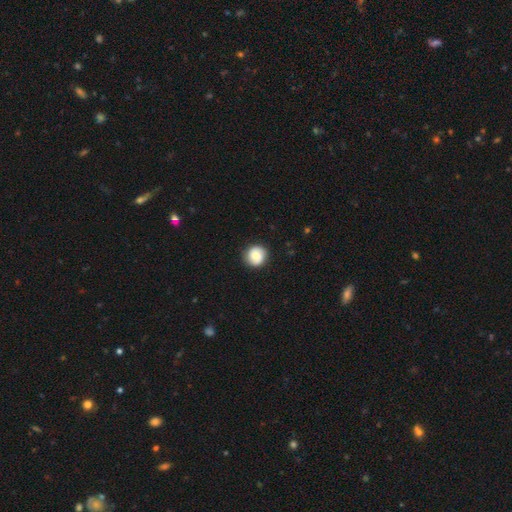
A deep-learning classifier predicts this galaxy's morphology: smooth_or_featured: smooth (p=0.71) [alt: featured or disk p=0.21]
how_rounded: round (p=0.93) [alt: in between p=0.06]
merging: none (p=0.87) [alt: minor disturbance p=0.09]